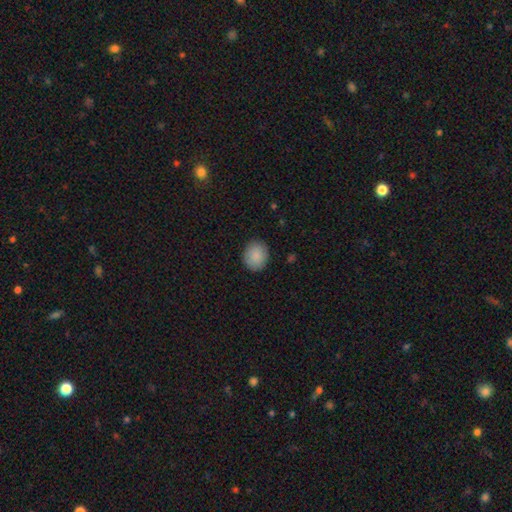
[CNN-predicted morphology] smooth-or-featured: smooth: 89% | star or artifact: 7% | featured or disk: 4%
  how-rounded: round: 66% | in between: 33% | cigar-shaped: 1%
  merging: none: 88% | minor disturbance: 8% | major disturbance: 2% | merger: 1%